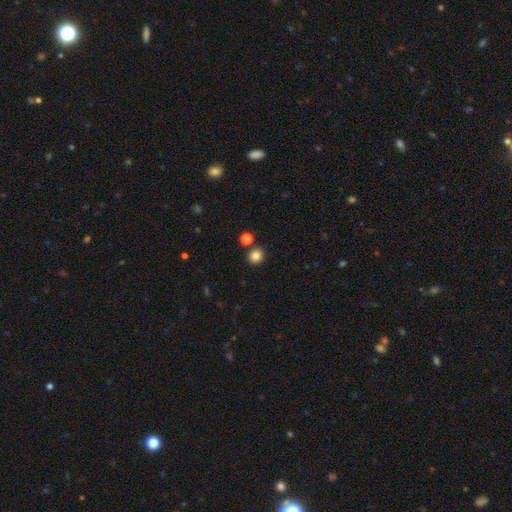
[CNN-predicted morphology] smooth-or-featured: smooth: 82% | star or artifact: 12% | featured or disk: 6%
  how-rounded: round: 87% | in between: 12% | cigar-shaped: 1%
  merging: none: 86% | merger: 6% | minor disturbance: 6% | major disturbance: 2%